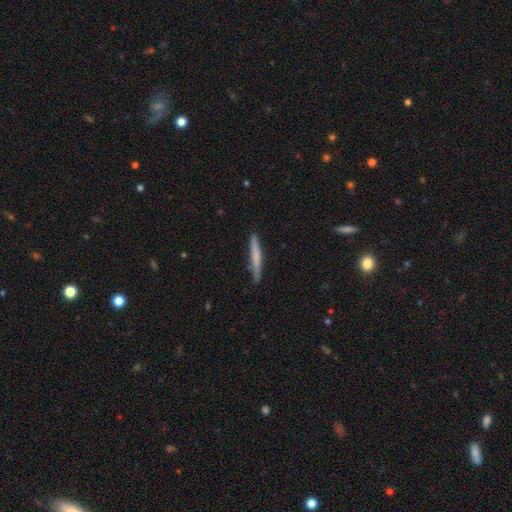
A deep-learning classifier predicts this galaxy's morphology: smooth_or_featured: smooth (p=0.61) [alt: featured or disk p=0.33]
how_rounded: cigar-shaped (p=0.96) [alt: in between p=0.03]
merging: none (p=0.86) [alt: minor disturbance p=0.11]